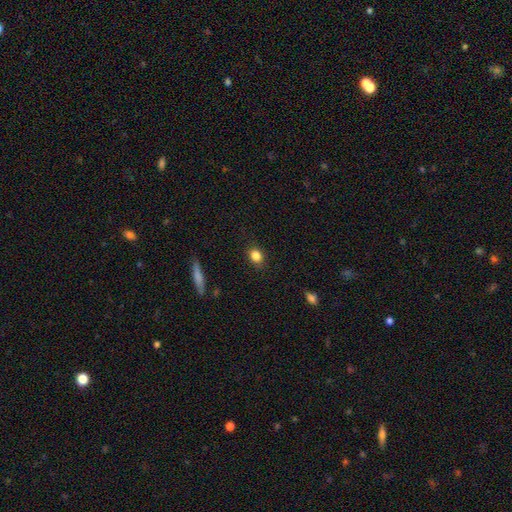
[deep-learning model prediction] Smooth or featured? Predicted: smooth (p=0.83). How rounded? Predicted: in between (p=0.52). Merging? Predicted: none (p=0.87).